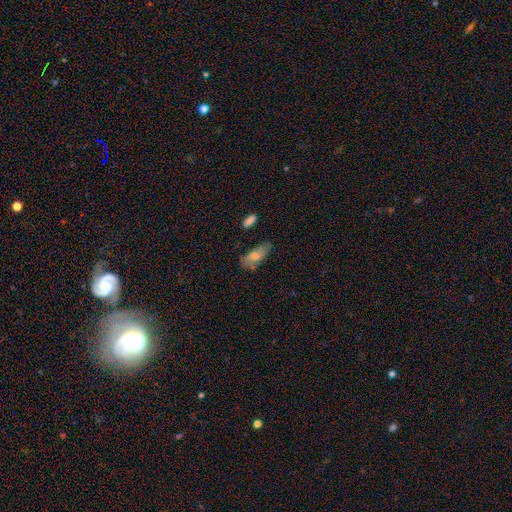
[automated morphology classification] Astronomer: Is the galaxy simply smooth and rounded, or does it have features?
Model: smooth — 63%.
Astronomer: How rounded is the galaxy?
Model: in between — 83%.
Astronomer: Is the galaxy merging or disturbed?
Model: none — 64%.